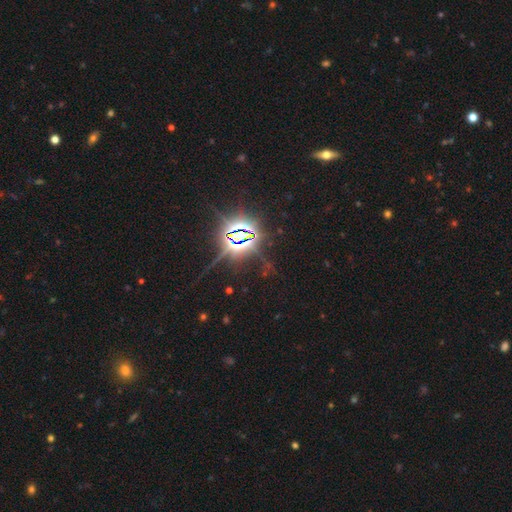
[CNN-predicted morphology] This appears to be a star or artifact, not a galaxy (86%).